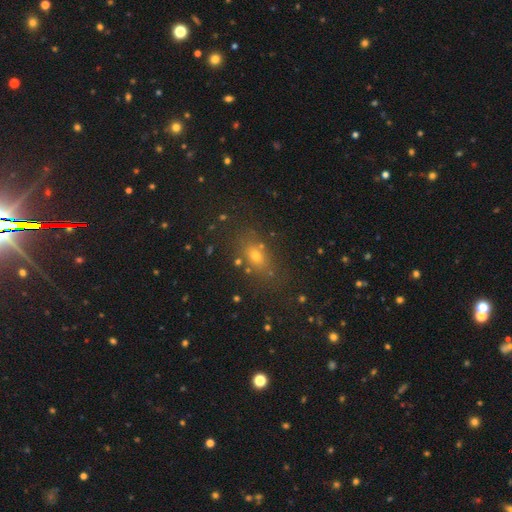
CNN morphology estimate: Overall: smooth (65%). How rounded: in between (68%). Merging: none (78%).